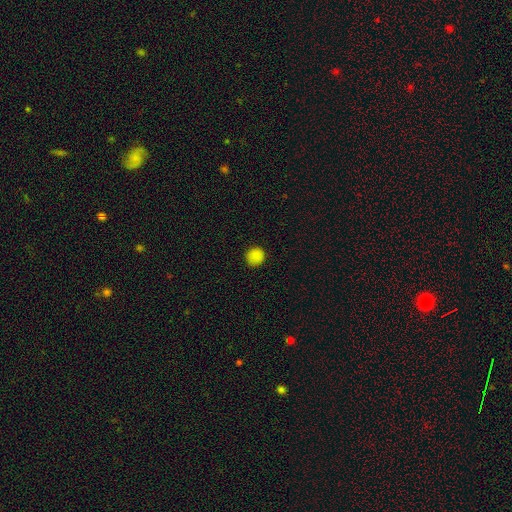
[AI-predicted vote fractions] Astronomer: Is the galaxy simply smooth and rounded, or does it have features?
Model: smooth — 85%.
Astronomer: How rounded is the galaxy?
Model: round — 92%.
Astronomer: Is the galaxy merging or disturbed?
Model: none — 90%.